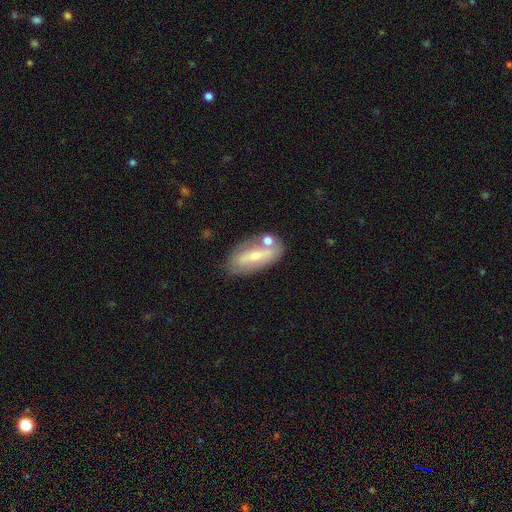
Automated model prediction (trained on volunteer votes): smooth_or_featured: featured or disk (p=0.49) [alt: smooth p=0.43]
merging: none (p=0.65) [alt: minor disturbance p=0.17]